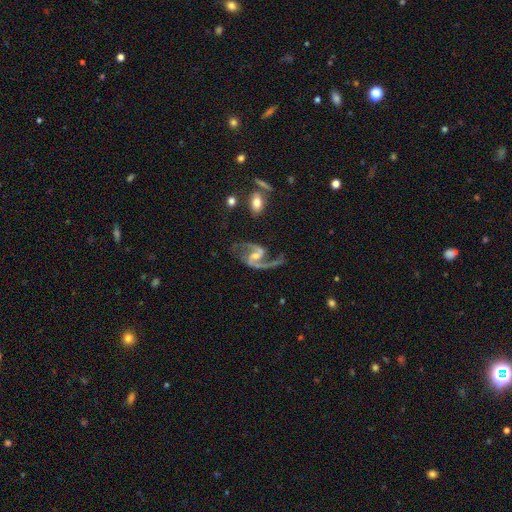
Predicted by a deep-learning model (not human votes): Smooth or featured: featured or disk — 92% (star or artifact — 5%)
Edge-on disk: no — 98% (yes — 2%)
Bar: weak — 49% (strong — 27%)
Spiral arms: yes — 98% (no — 2%)
Spiral winding: loose — 50% (medium — 44%)
Spiral arm count: 2 — 93% (1 — 2%)
Bulge size: small — 49% (moderate — 41%)
Merging: none — 66% (minor disturbance — 17%)